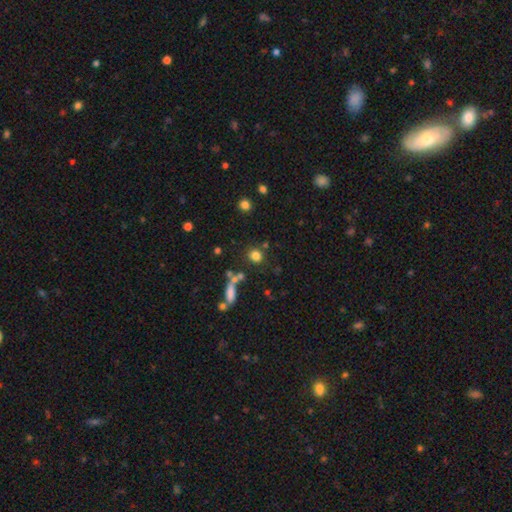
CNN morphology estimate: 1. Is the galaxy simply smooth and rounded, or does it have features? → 80% smooth, 13% star or artifact, 7% featured or disk.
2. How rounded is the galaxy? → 79% round, 19% in between, 2% cigar-shaped.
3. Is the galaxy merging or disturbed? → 74% none, 12% merger, 10% minor disturbance, 5% major disturbance.